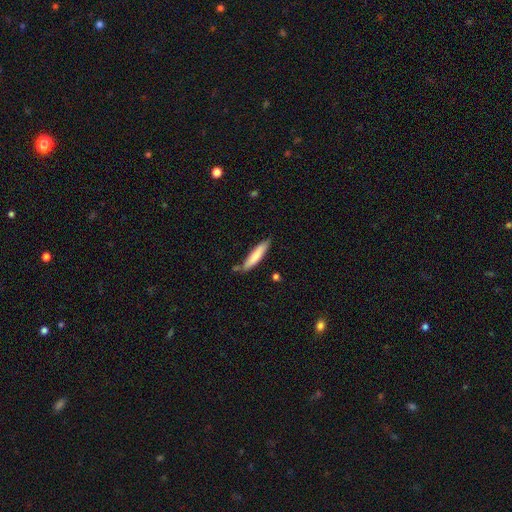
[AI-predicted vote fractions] Morphology: type=smooth (75%); roundness=cigar-shaped (86%); merging=none (78%).